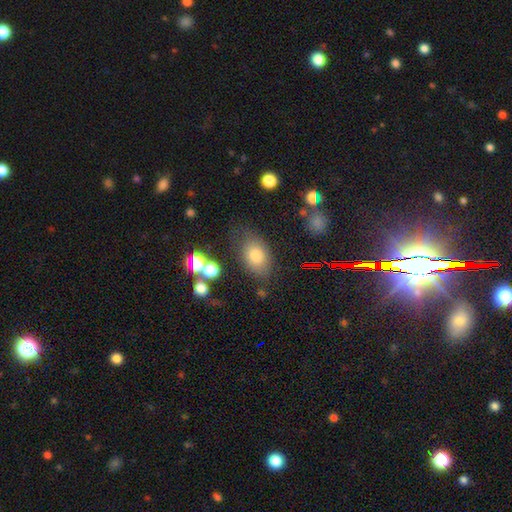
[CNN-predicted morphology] smooth 75%, featured or disk 15%, star or artifact 10%. Down the decision tree: how rounded — in between (85%); merging — none (68%).